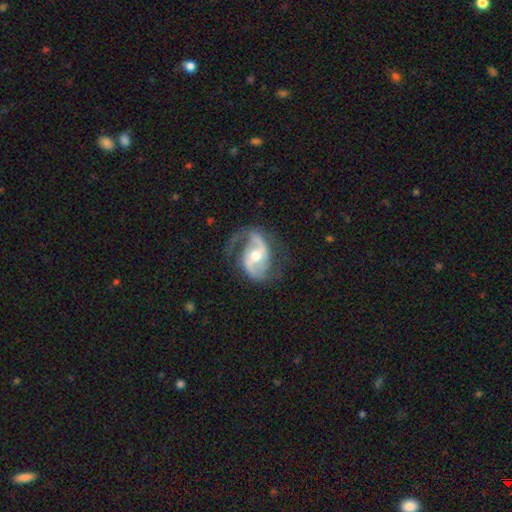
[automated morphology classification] The model was most divided on "bar": weak: 43%, no: 32%, strong: 25%. Remaining: edge-on disk — no (97%); spiral arms — yes (95%); smooth or featured — featured or disk (88%); spiral arm count — 2 (87%); bulge size — moderate (71%); merging — none (64%); spiral winding — medium (49%).